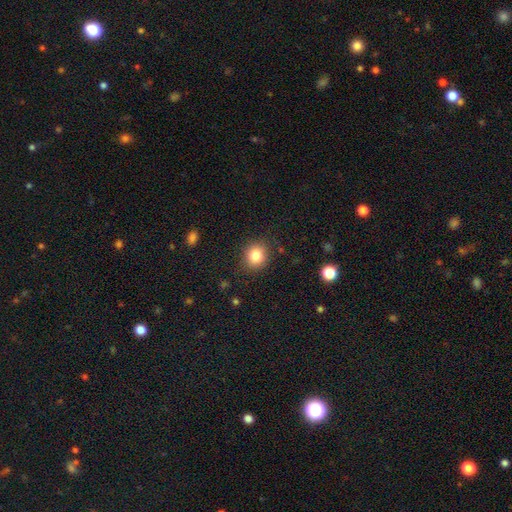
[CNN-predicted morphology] A smooth galaxy with no disk features (84%) that is round (74%). Merging: none (86%).